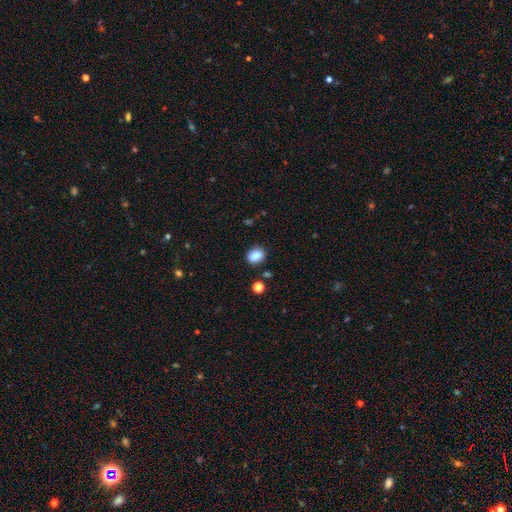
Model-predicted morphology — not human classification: A smooth galaxy with no disk features (86%) that is in between round and cigar-shaped (61%).

Vote fractions:
- Smooth or featured? smooth: 86% / star or artifact: 10% / featured or disk: 4%
- How rounded? in between: 61% / round: 38% / cigar-shaped: 1%
- Merging? none: 84% / minor disturbance: 11% / merger: 3% / major disturbance: 3%